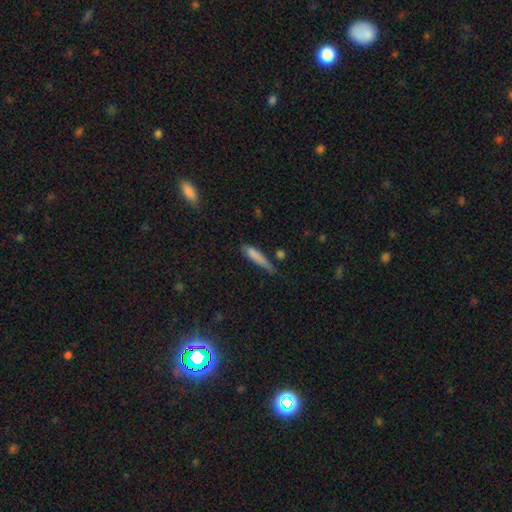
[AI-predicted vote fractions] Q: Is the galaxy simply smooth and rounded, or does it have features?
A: smooth — 78%.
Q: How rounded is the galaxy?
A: cigar-shaped — 84%.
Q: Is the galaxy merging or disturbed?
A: none — 53%.